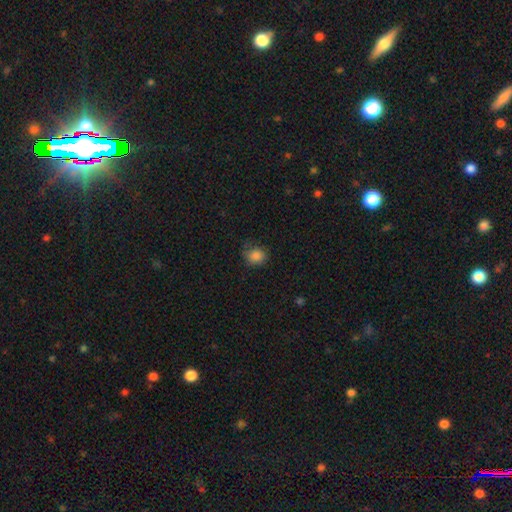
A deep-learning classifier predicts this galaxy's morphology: Smooth or featured?
  - smooth: 85% *
  - star or artifact: 11%
  - featured or disk: 4%
How rounded?
  - round: 73% *
  - in between: 27%
  - cigar-shaped: 1%
Merging?
  - none: 70% *
  - minor disturbance: 22%
  - major disturbance: 6%
  - merger: 1%